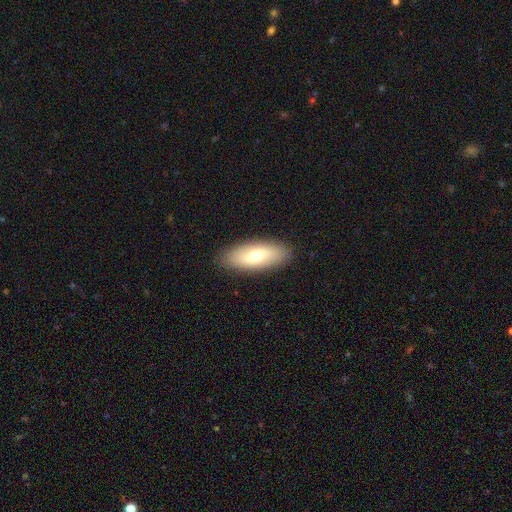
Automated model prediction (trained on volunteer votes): Q: Smooth or featured?
A: smooth (67%); runner-up: featured or disk (27%)
Q: How rounded?
A: in between (79%); runner-up: cigar-shaped (18%)
Q: Merging?
A: none (89%); runner-up: minor disturbance (8%)